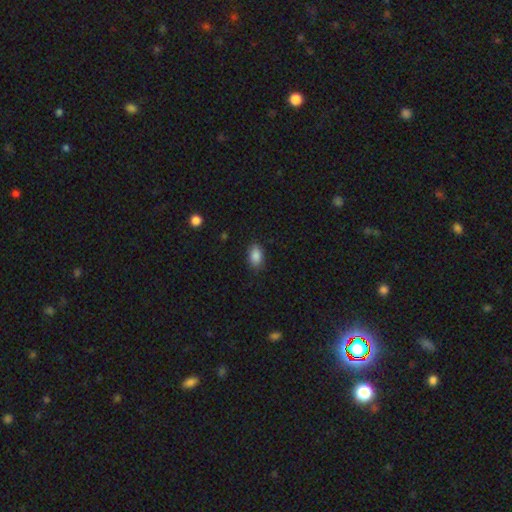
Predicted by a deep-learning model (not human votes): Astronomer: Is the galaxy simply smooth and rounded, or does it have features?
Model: smooth — 88%.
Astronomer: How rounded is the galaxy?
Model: in between — 88%.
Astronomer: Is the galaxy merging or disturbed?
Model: none — 83%.